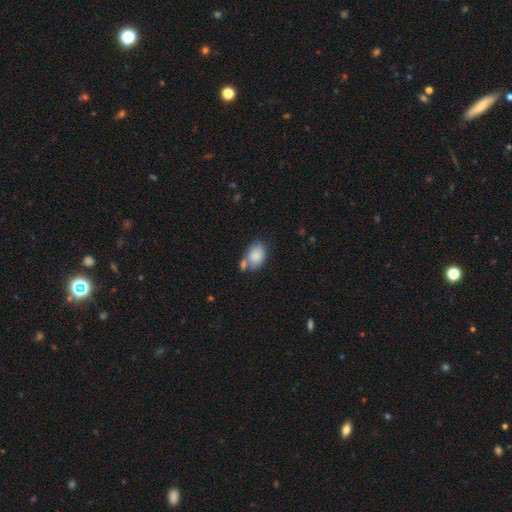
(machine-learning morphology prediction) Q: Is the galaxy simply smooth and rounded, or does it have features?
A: smooth — 83%.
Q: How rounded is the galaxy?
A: in between — 81%.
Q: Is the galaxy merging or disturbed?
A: none — 47%.